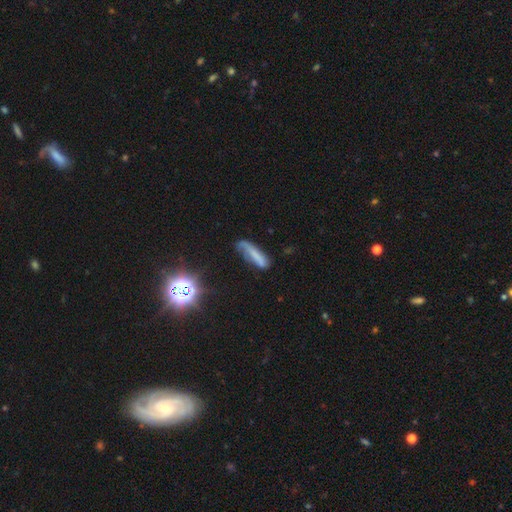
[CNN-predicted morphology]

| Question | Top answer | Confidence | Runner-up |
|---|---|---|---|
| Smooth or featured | smooth | 59% | featured or disk (28%) |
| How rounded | cigar-shaped | 74% | in between (24%) |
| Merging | none | 48% | minor disturbance (31%) |